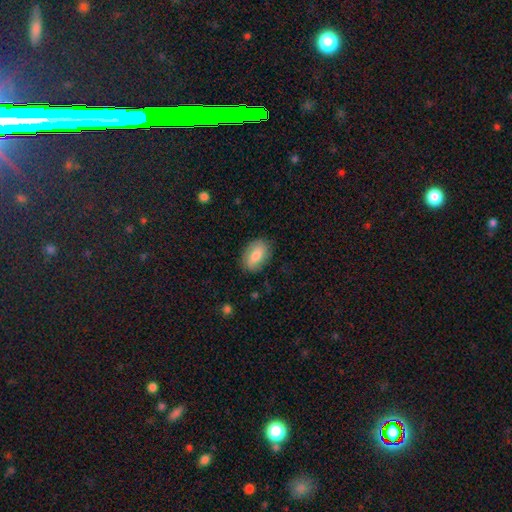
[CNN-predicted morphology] Smooth or featured? smooth (73%)
How rounded? in between (88%)
Merging? none (82%)